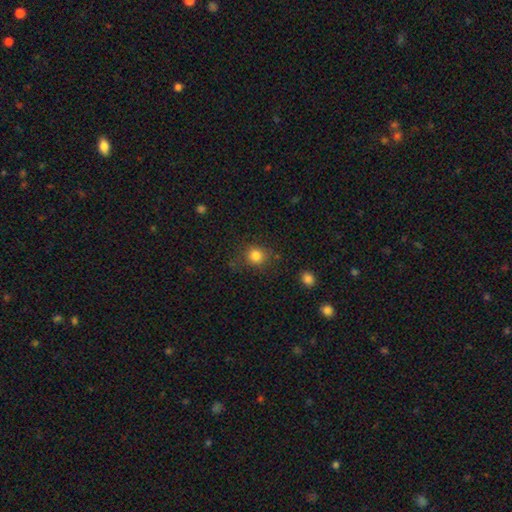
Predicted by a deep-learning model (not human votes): Smooth or featured?
  - smooth: 83% *
  - star or artifact: 11%
  - featured or disk: 5%
How rounded?
  - round: 85% *
  - in between: 14%
  - cigar-shaped: 1%
Merging?
  - none: 76% *
  - minor disturbance: 15%
  - major disturbance: 6%
  - merger: 3%